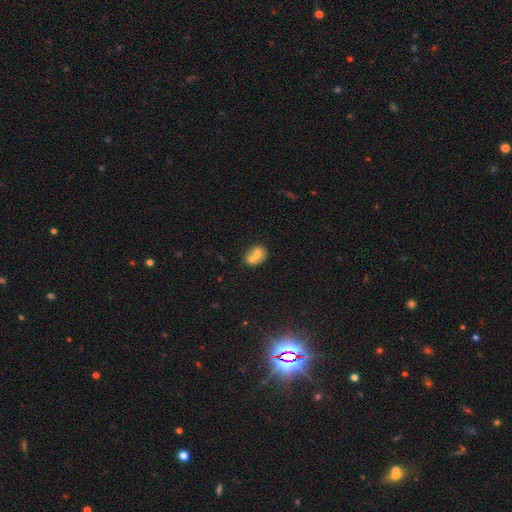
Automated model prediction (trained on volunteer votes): Smooth or featured? Predicted: smooth (p=0.67). How rounded? Predicted: round (p=0.60). Merging? Predicted: merger (p=0.64).